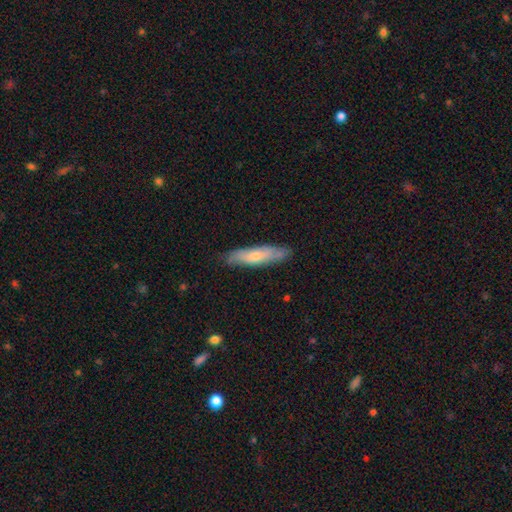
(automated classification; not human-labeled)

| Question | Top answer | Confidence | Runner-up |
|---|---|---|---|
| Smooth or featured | smooth | 59% | featured or disk (35%) |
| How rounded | cigar-shaped | 76% | in between (22%) |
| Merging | none | 83% | minor disturbance (14%) |